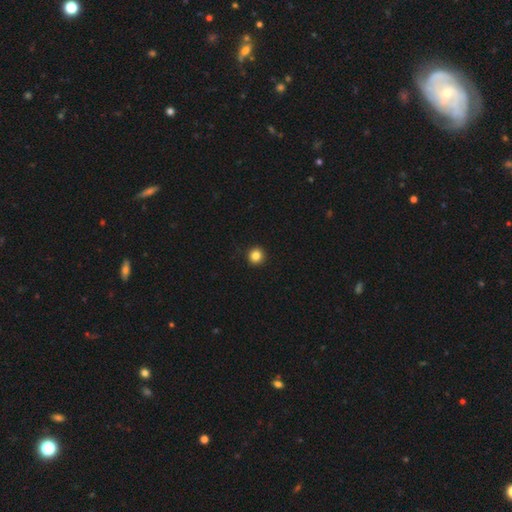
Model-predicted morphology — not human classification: type=smooth (84%); roundness=round (95%); merging=none (94%).